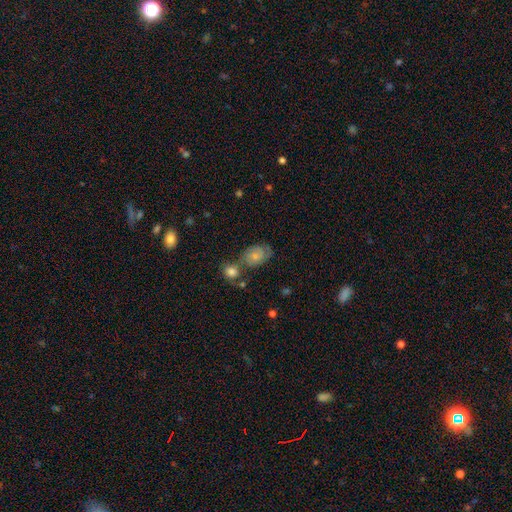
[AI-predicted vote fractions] Overall: smooth (64%; featured or disk 28%). How rounded: in between (77%). Merging: none (45%; merger 24%).